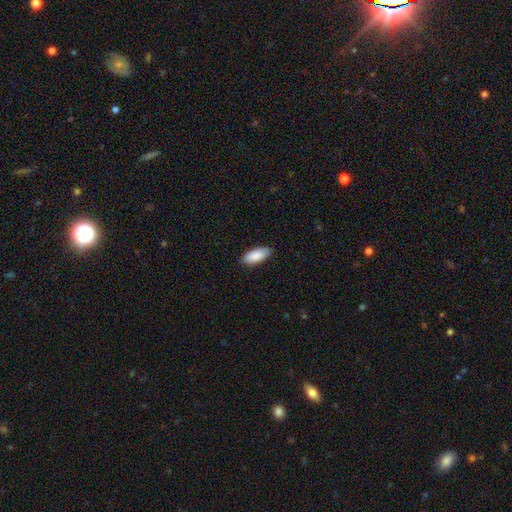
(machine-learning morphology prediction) type=smooth (88%); roundness=in between (81%); merging=none (87%).